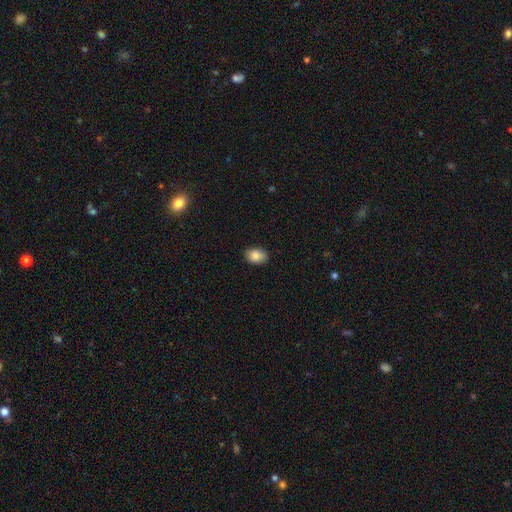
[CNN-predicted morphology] smooth-or-featured: smooth: 86% | star or artifact: 8% | featured or disk: 7%
  how-rounded: in between: 82% | round: 17% | cigar-shaped: 1%
  merging: none: 88% | minor disturbance: 9% | major disturbance: 2% | merger: 1%